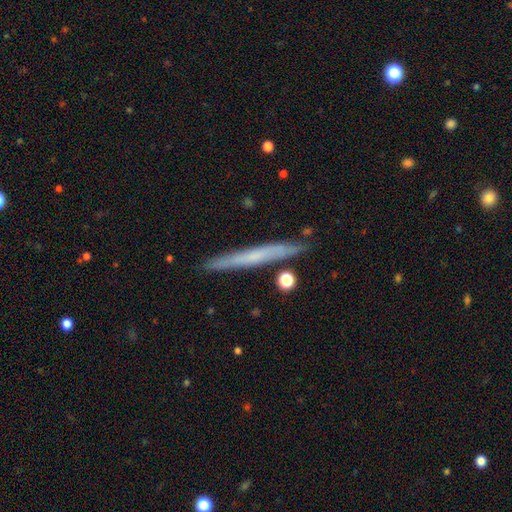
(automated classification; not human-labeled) smooth_or_featured: featured or disk (p=0.48) [alt: smooth p=0.45]
merging: none (p=0.87) [alt: minor disturbance p=0.09]